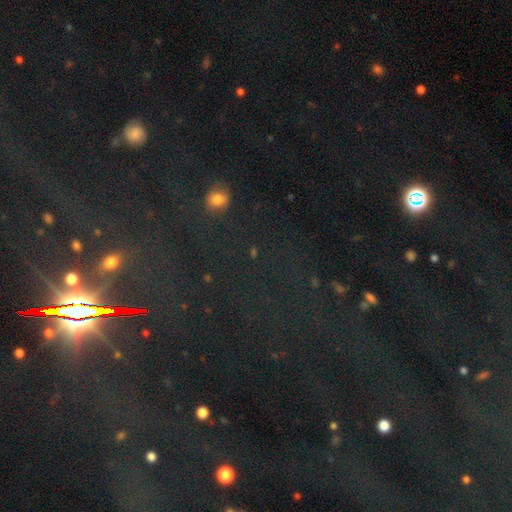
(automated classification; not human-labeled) smooth_or_featured: star or artifact (p=0.82) [alt: smooth p=0.10]